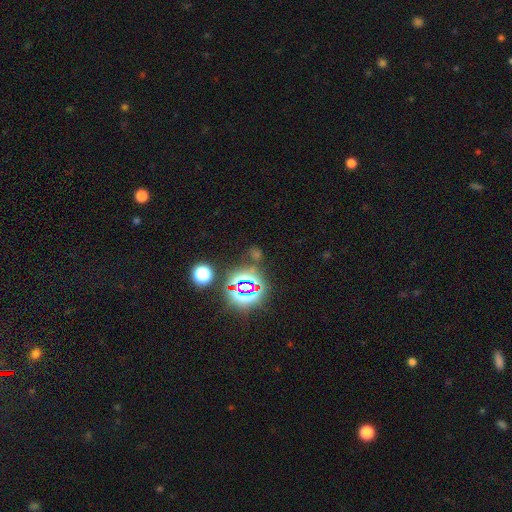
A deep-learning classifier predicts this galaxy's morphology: Smooth or featured? Predicted: star or artifact (p=0.72).